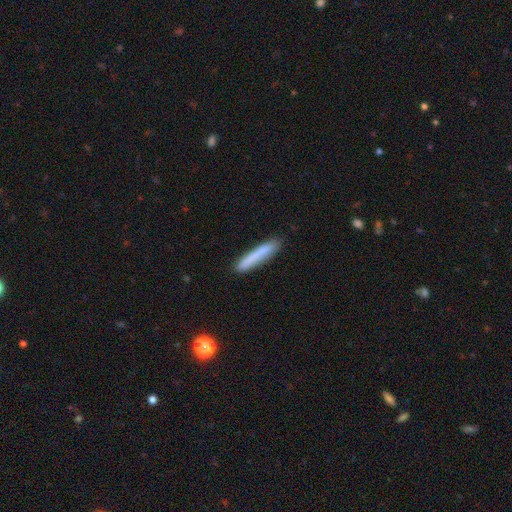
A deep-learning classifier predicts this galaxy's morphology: type=smooth (78%); roundness=cigar-shaped (94%); merging=none (85%).